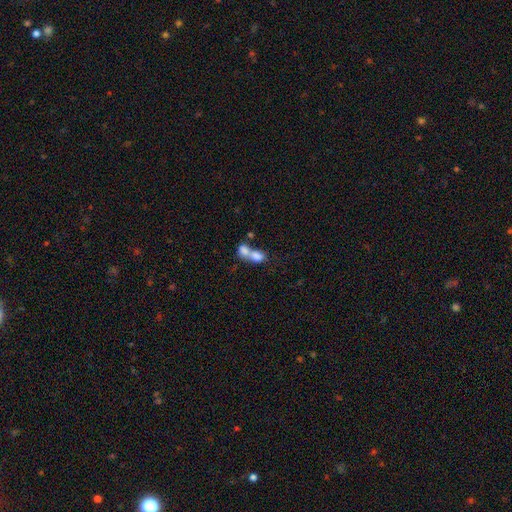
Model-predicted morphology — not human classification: This is likely a smooth galaxy (75%). How rounded: likely in between (66%). Merging: likely merger (76%).